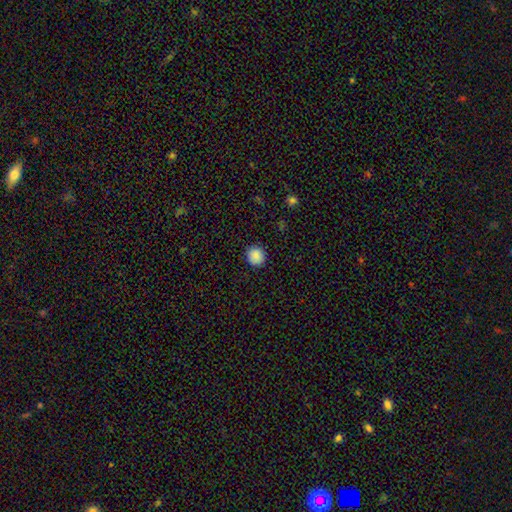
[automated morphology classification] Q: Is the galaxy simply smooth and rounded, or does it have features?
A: smooth — 88%.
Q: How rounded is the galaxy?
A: round — 90%.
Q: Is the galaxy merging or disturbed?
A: none — 91%.